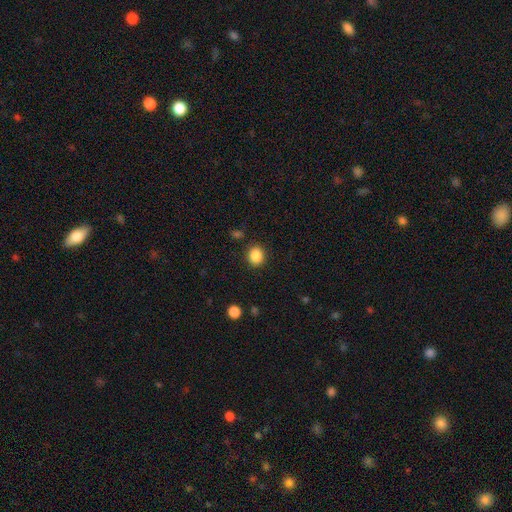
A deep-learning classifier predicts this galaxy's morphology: Q: Smooth or featured?
A: smooth (87%); runner-up: star or artifact (9%)
Q: How rounded?
A: round (68%); runner-up: in between (31%)
Q: Merging?
A: none (88%); runner-up: minor disturbance (8%)